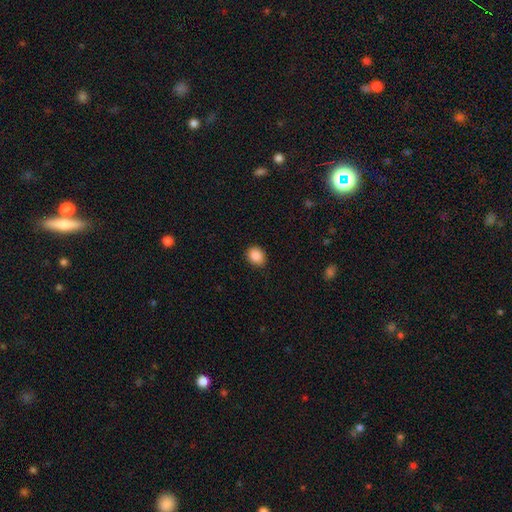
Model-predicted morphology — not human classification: Smooth or featured? smooth (89%)
How rounded? round (57%)
Merging? none (86%)